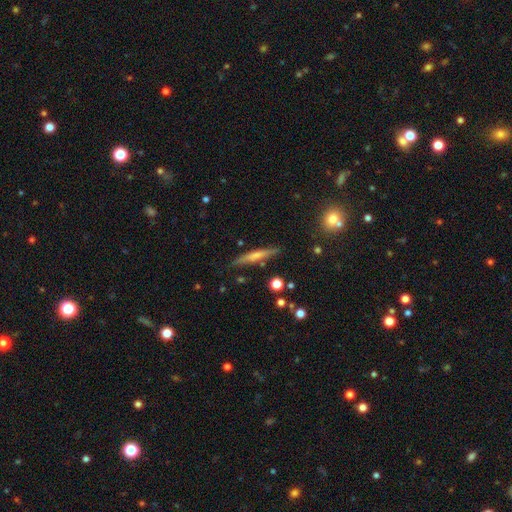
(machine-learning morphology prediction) Smooth or featured? smooth (52%)
How rounded? cigar-shaped (91%)
Merging? none (81%)